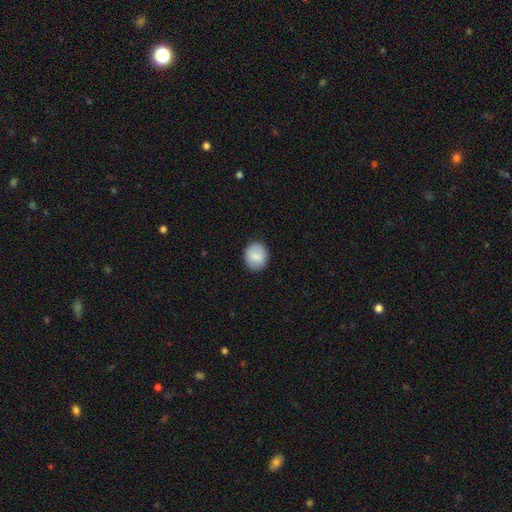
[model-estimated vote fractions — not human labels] smooth-or-featured: smooth: 83% | featured or disk: 10% | star or artifact: 7%
  how-rounded: round: 68% | in between: 31% | cigar-shaped: 1%
  merging: none: 89% | minor disturbance: 8% | major disturbance: 2% | merger: 1%